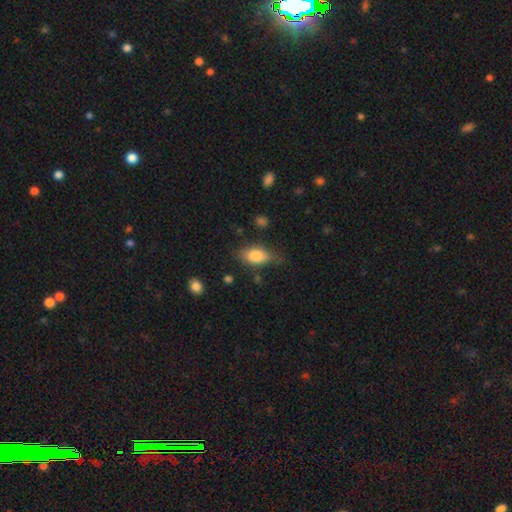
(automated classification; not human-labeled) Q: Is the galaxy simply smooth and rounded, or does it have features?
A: smooth — 81%.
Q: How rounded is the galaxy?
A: in between — 88%.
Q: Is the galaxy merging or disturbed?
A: none — 65%.